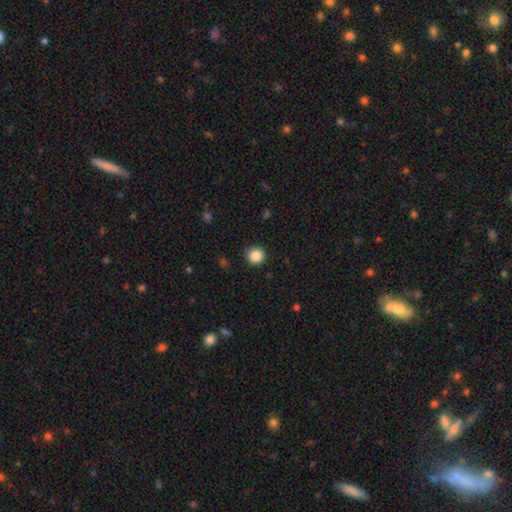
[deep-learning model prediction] Morphology: type=smooth (87%); roundness=round (94%); merging=none (87%).